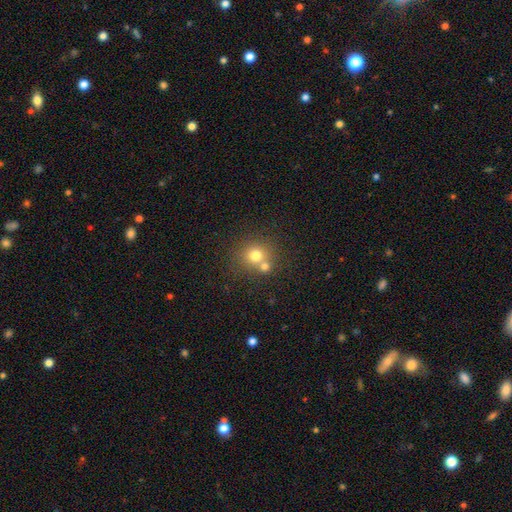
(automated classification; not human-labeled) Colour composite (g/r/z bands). It shows a smooth galaxy with no disk features (74%) that is round (86%). Merging: none (54%).